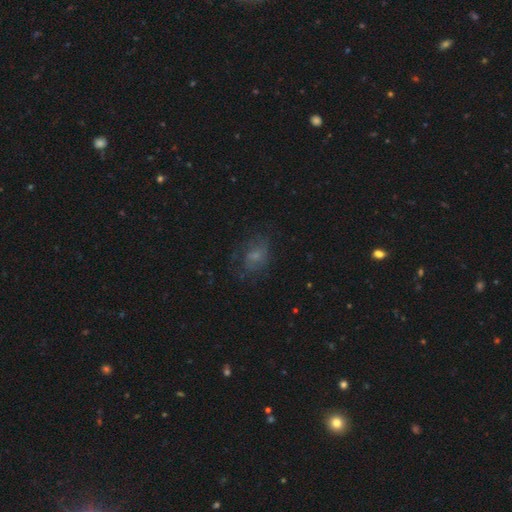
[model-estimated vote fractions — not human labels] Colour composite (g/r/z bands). It shows a smooth galaxy with no disk features (50%) that is in between round and cigar-shaped (61%). Merging: none (57%).